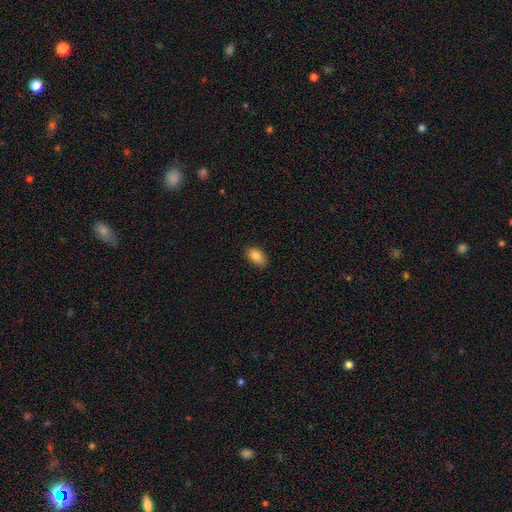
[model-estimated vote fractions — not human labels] A smooth galaxy with no disk features (86%) that is in between round and cigar-shaped (91%). Merging: none (87%).